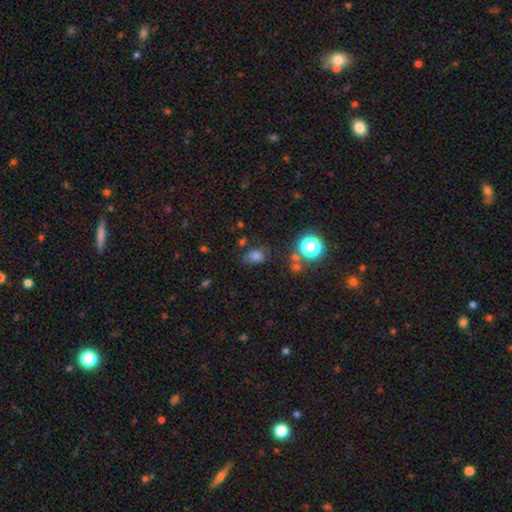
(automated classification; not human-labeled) A smooth galaxy with no disk features (71%) that is in between round and cigar-shaped (61%).

Vote fractions:
- Smooth or featured? smooth: 71% / star or artifact: 21% / featured or disk: 9%
- How rounded? in between: 61% / round: 38% / cigar-shaped: 1%
- Merging? none: 57% / minor disturbance: 27% / major disturbance: 10% / merger: 5%